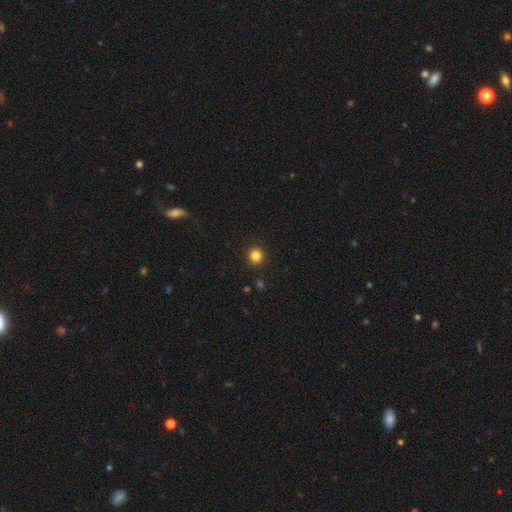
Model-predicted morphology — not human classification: Smooth or featured? smooth (83%)
How rounded? round (94%)
Merging? none (93%)